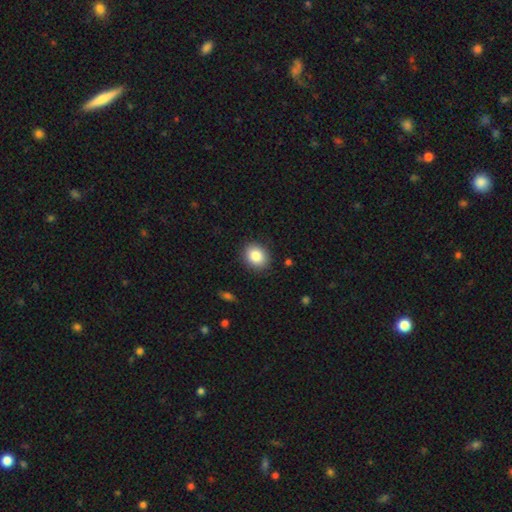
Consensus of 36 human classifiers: smooth 86%, featured or disk 14%, star or artifact 0%. Down the decision tree: how rounded — in between (61%); merging — none (86%).